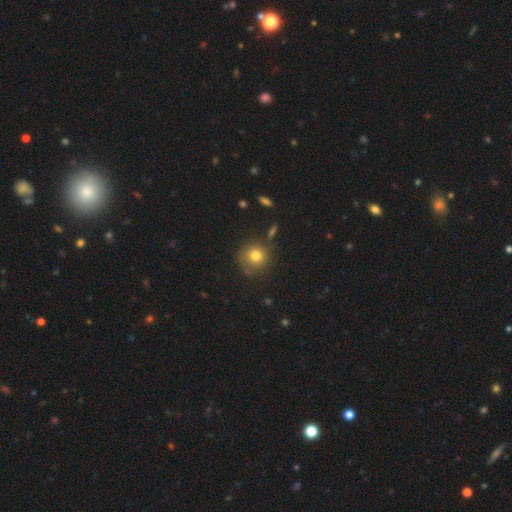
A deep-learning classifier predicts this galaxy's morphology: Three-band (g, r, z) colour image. It shows a smooth galaxy with no disk features (78%) that is round (92%). Merging: none (77%).